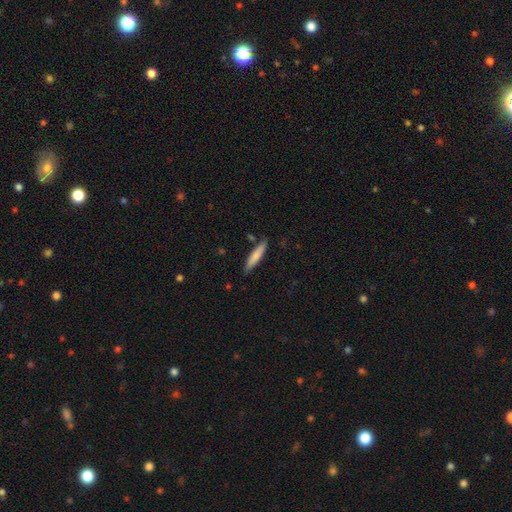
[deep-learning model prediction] This appears to be a smooth galaxy with no disk features (76%) that is cigar-shaped (88%). Merging: none (84%).